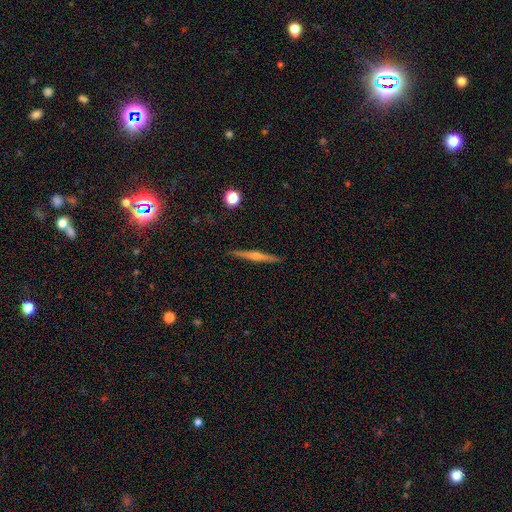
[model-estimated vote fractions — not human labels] Smooth or featured?
  - featured or disk: 67% *
  - smooth: 19%
  - star or artifact: 13%
Edge-on disk?
  - yes: 96% *
  - no: 4%
Edge-on bulge?
  - rounded: 81% *
  - none: 12%
  - boxy: 7%
Merging?
  - none: 90% *
  - minor disturbance: 7%
  - major disturbance: 2%
  - merger: 1%